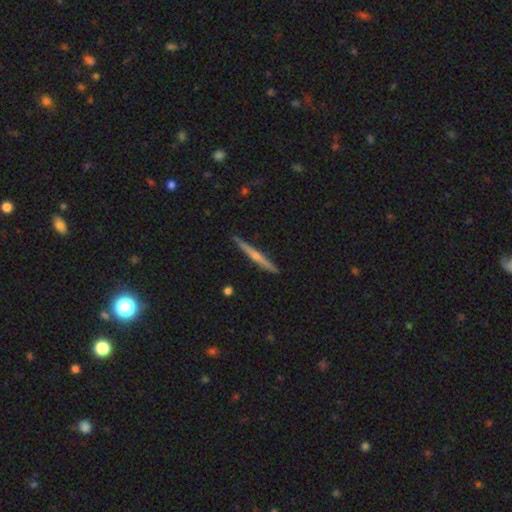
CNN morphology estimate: Smooth or featured? Predicted: featured or disk (p=0.70). Edge-on disk? Predicted: yes (p=0.98). Edge-on bulge? Predicted: rounded (p=0.76). Merging? Predicted: none (p=0.90).